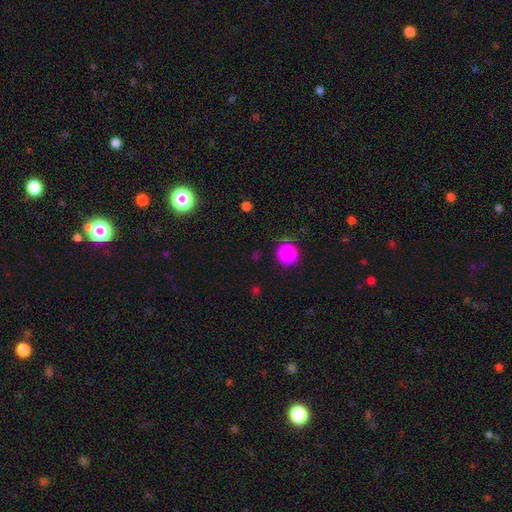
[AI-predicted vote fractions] Smooth or featured?
  - smooth: 51% *
  - star or artifact: 43%
  - featured or disk: 6%
How rounded?
  - round: 86% *
  - in between: 13%
  - cigar-shaped: 2%
Merging?
  - none: 83% *
  - minor disturbance: 9%
  - major disturbance: 5%
  - merger: 3%